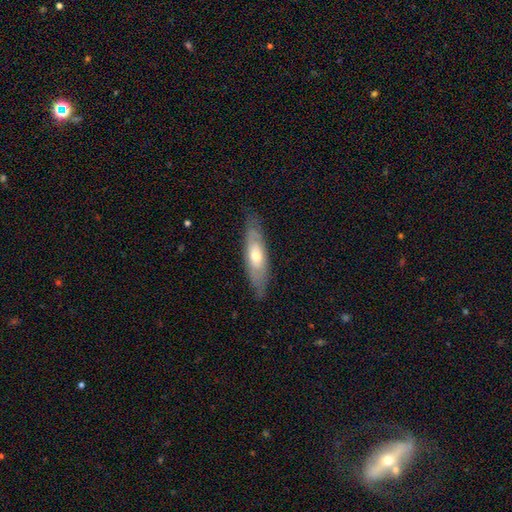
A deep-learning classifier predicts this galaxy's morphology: Smooth or featured: featured or disk — 49% (smooth — 46%)
Merging: none — 79% (minor disturbance — 17%)